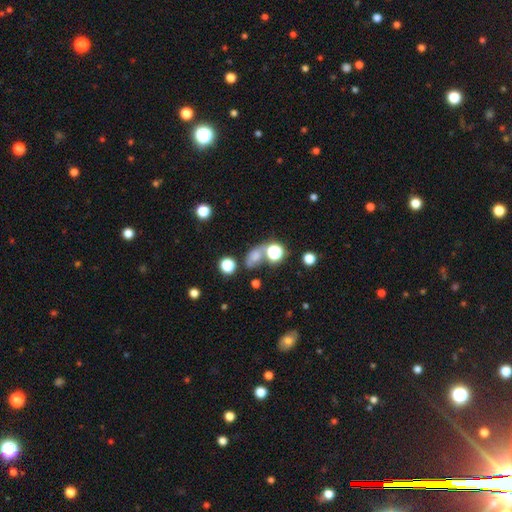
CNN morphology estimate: Smooth or featured? Predicted: smooth (p=0.56). How rounded? Predicted: in between (p=0.62). Merging? Predicted: none (p=0.42).